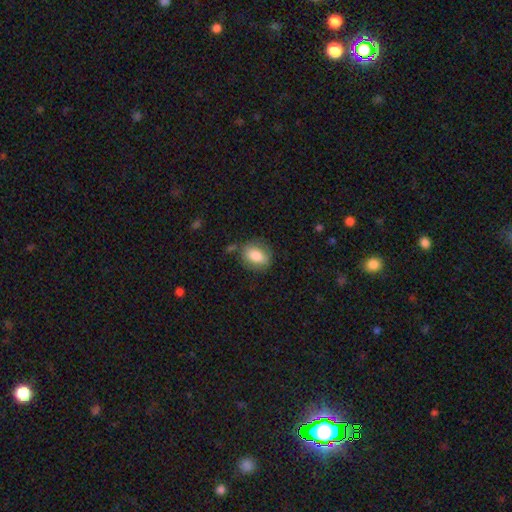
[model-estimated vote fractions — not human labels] Q: Smooth or featured?
A: smooth (81%); runner-up: featured or disk (12%)
Q: How rounded?
A: in between (68%); runner-up: round (30%)
Q: Merging?
A: none (75%); runner-up: minor disturbance (16%)